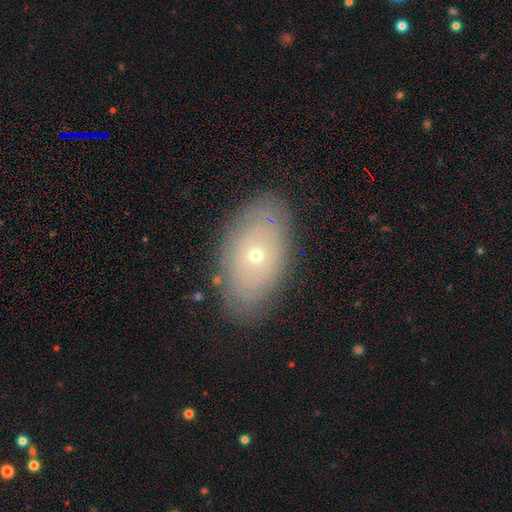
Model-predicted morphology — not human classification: A featured or disk galaxy (54%). Merging: none (83%).